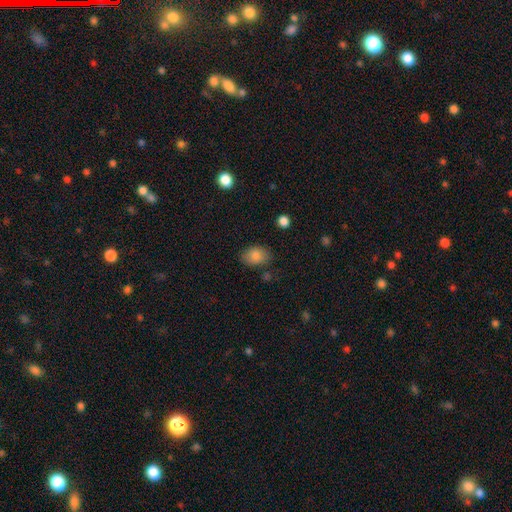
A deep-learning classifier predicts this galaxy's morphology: Smooth or featured?
  - smooth: 85% *
  - star or artifact: 8%
  - featured or disk: 7%
How rounded?
  - in between: 81% *
  - round: 18%
  - cigar-shaped: 1%
Merging?
  - none: 77% *
  - minor disturbance: 16%
  - major disturbance: 4%
  - merger: 3%